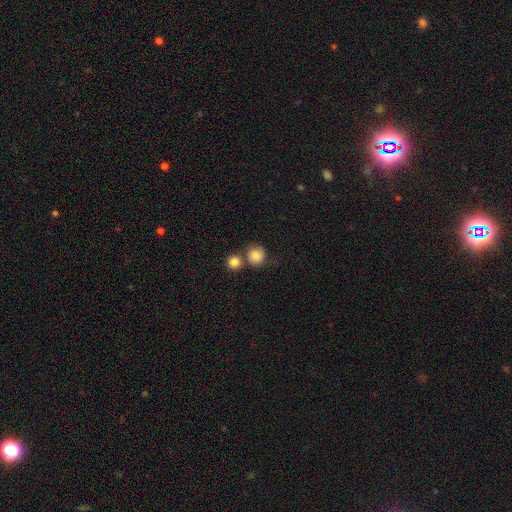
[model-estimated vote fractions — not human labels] Smooth or featured?
  - smooth: 80% *
  - featured or disk: 11%
  - star or artifact: 8%
How rounded?
  - round: 87% *
  - in between: 12%
  - cigar-shaped: 1%
Merging?
  - none: 49% *
  - merger: 32%
  - minor disturbance: 13%
  - major disturbance: 6%